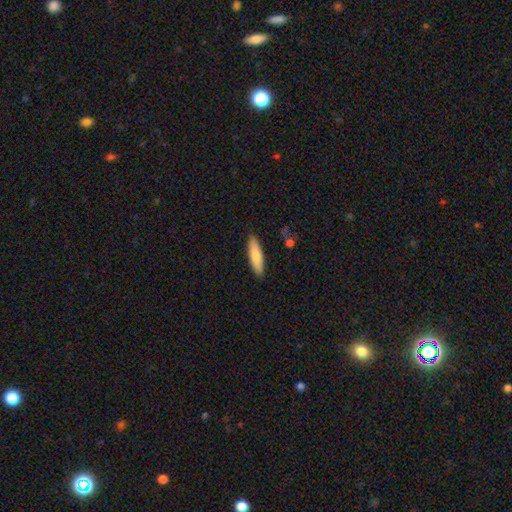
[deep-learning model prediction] A smooth galaxy with no disk features (82%) that is cigar-shaped (65%).

Vote fractions:
- Smooth or featured? smooth: 82% / featured or disk: 12% / star or artifact: 5%
- How rounded? cigar-shaped: 65% / in between: 33% / round: 1%
- Merging? none: 88% / minor disturbance: 8% / major disturbance: 2% / merger: 1%